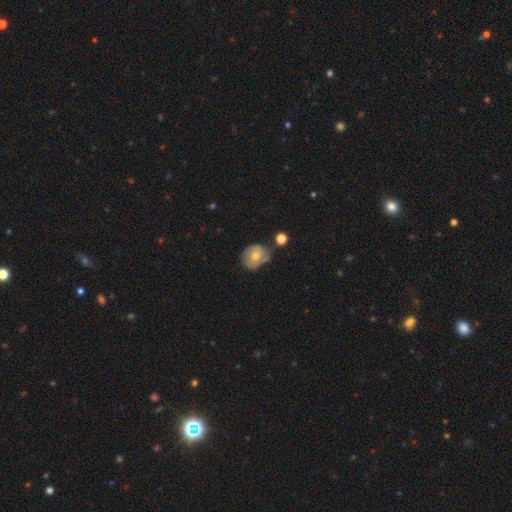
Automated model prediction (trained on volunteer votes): Smooth or featured? smooth (55%)
How rounded? round (61%)
Merging? none (49%)